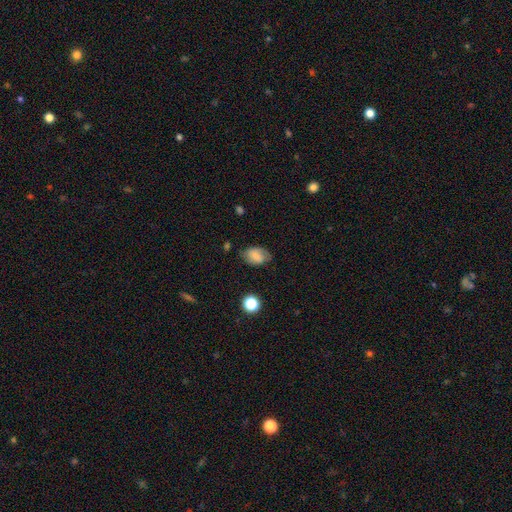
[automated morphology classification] A smooth galaxy with no disk features (72%) that is in between round and cigar-shaped (84%). Merging: none (71%).